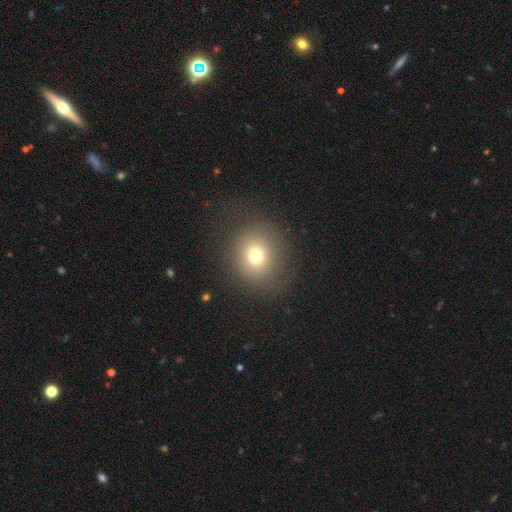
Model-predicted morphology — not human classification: Q: Smooth or featured?
A: smooth (72%); runner-up: star or artifact (15%)
Q: How rounded?
A: round (80%); runner-up: in between (19%)
Q: Merging?
A: none (79%); runner-up: minor disturbance (12%)